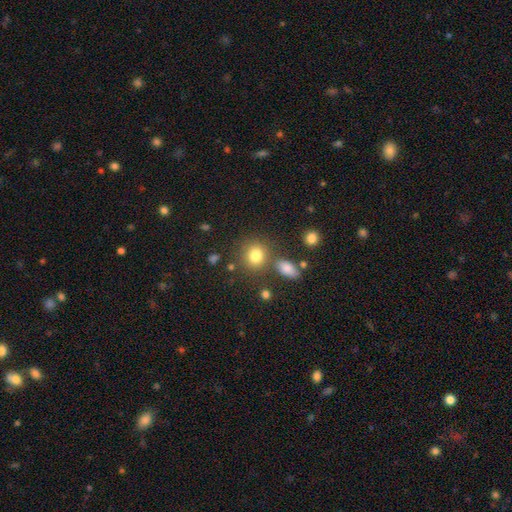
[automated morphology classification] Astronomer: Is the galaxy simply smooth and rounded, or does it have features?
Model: smooth — 80%.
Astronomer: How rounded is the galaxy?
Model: round — 79%.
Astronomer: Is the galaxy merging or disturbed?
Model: none — 73%.